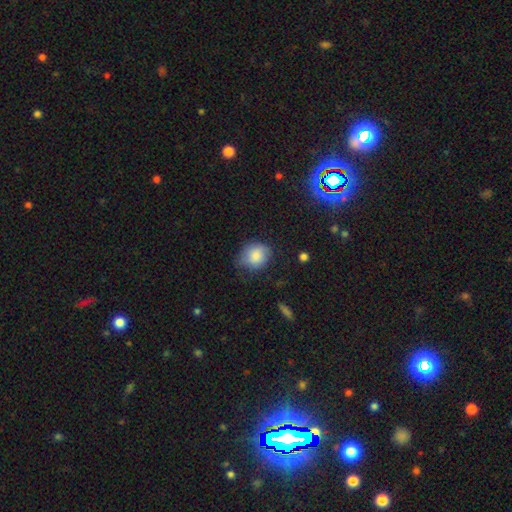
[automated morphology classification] smooth-or-featured: smooth: 83% | featured or disk: 10% | star or artifact: 8%
  how-rounded: round: 66% | in between: 33% | cigar-shaped: 1%
  merging: none: 56% | minor disturbance: 33% | major disturbance: 9% | merger: 2%